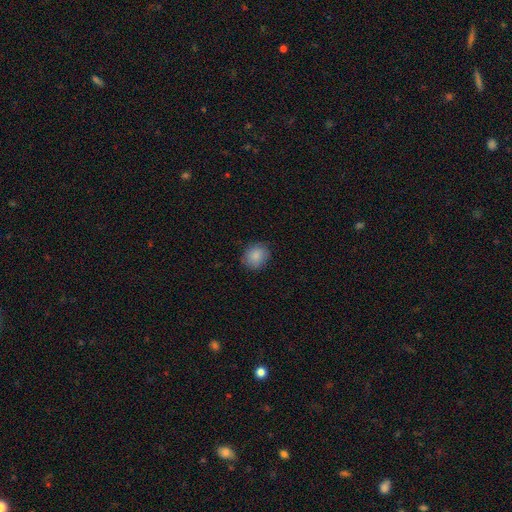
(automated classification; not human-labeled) Smooth or featured? Predicted: smooth (p=0.87). How rounded? Predicted: round (p=0.67). Merging? Predicted: none (p=0.83).